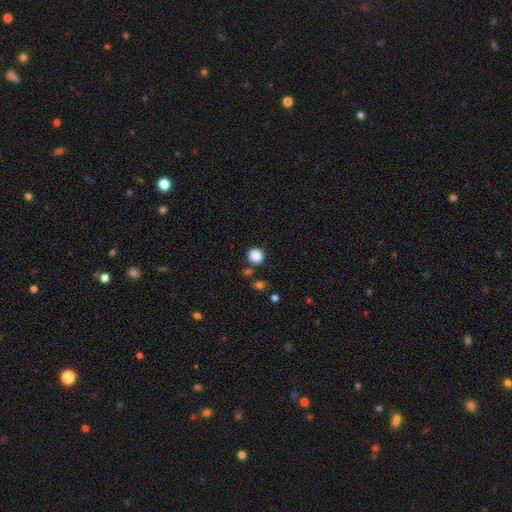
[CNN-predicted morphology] Overall: smooth (87%). How rounded: round (90%). Merging: none (82%).